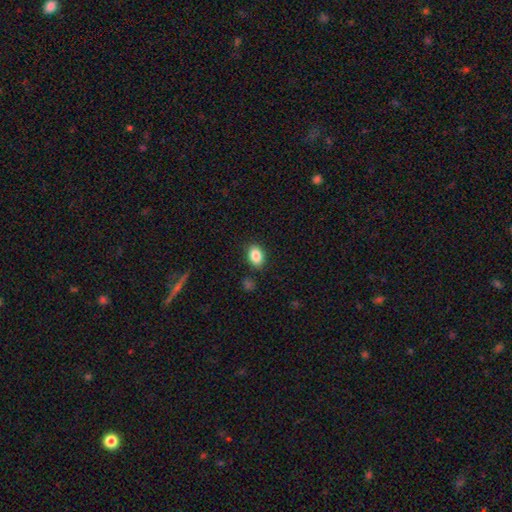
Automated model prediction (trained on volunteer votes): A smooth galaxy with no disk features (86%) that is in between round and cigar-shaped (78%).

Vote fractions:
- Smooth or featured? smooth: 86% / star or artifact: 8% / featured or disk: 5%
- How rounded? in between: 78% / round: 21% / cigar-shaped: 1%
- Merging? none: 86% / minor disturbance: 10% / major disturbance: 3% / merger: 2%